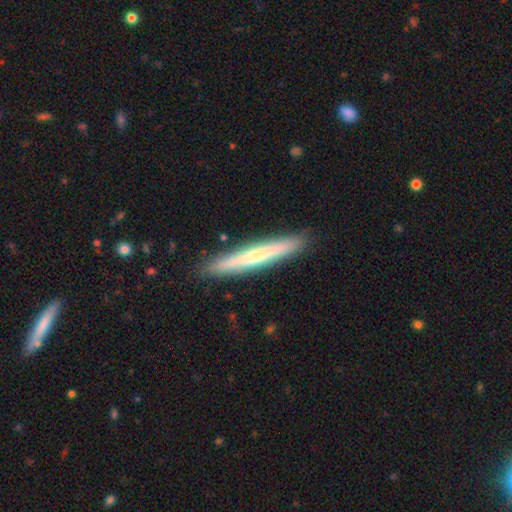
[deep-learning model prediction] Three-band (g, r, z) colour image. It shows a smooth galaxy with no disk features (55%) that is cigar-shaped (96%). Merging: none (90%).